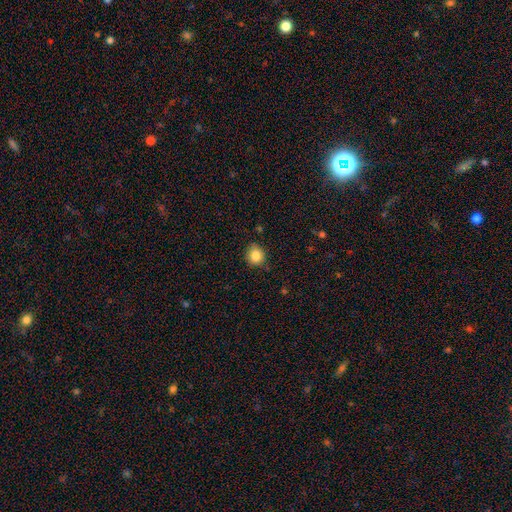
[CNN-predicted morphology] Smooth or featured?
  - smooth: 85% *
  - star or artifact: 10%
  - featured or disk: 5%
How rounded?
  - round: 85% *
  - in between: 14%
  - cigar-shaped: 1%
Merging?
  - none: 83% *
  - minor disturbance: 13%
  - major disturbance: 2%
  - merger: 2%